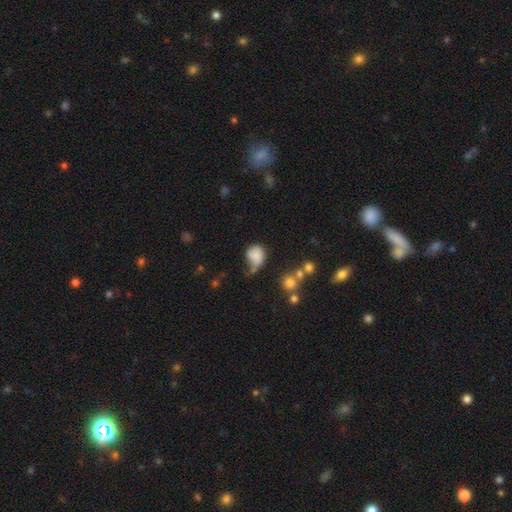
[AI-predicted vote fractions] Q: Smooth or featured?
A: smooth (76%); runner-up: featured or disk (14%)
Q: How rounded?
A: round (63%); runner-up: in between (36%)
Q: Merging?
A: none (34%); runner-up: minor disturbance (32%)